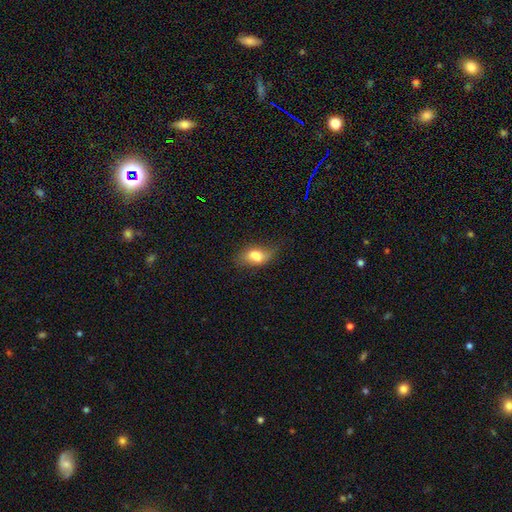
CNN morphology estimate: This is likely a smooth galaxy (74%). How rounded: clearly in between (85%). Merging: possibly none (54%).